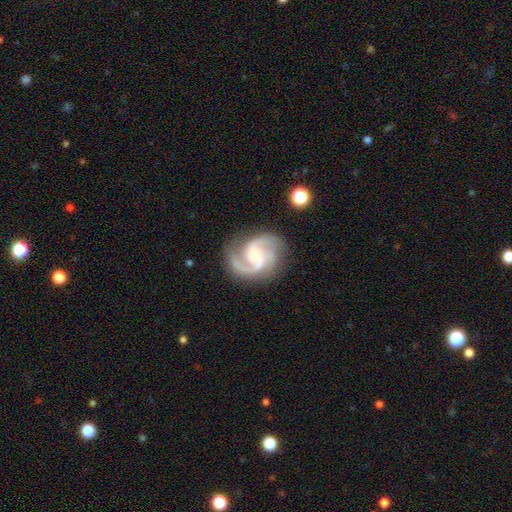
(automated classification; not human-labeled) Smooth or featured? featured or disk (92%)
Edge-on disk? no (98%)
Bar? no (50%)
Spiral arms? yes (98%)
Spiral winding? medium (61%)
Spiral arm count? 2 (67%)
Bulge size? small (61%)
Merging? none (79%)